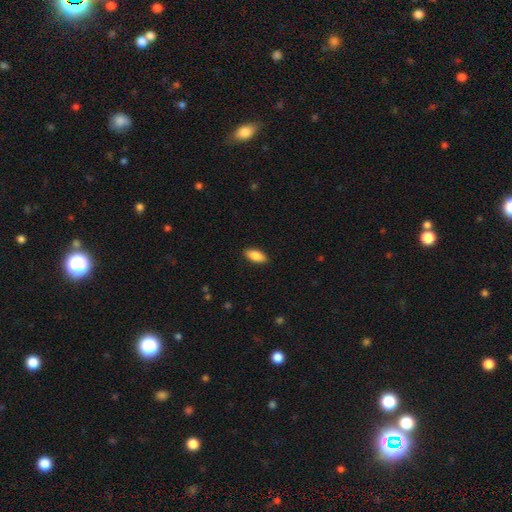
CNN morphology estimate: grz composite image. It shows a smooth galaxy with no disk features (88%) that is in between round and cigar-shaped (86%). Merging: none (89%).